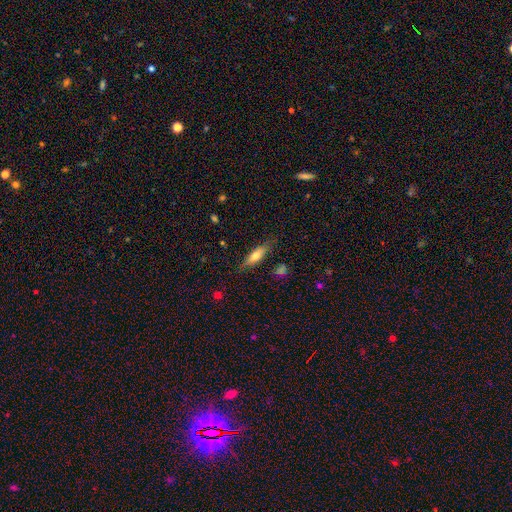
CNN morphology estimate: The model was most divided on "how rounded": cigar-shaped: 59%, in between: 38%, round: 2%. More confident: merging — none (78%); smooth or featured — smooth (58%).